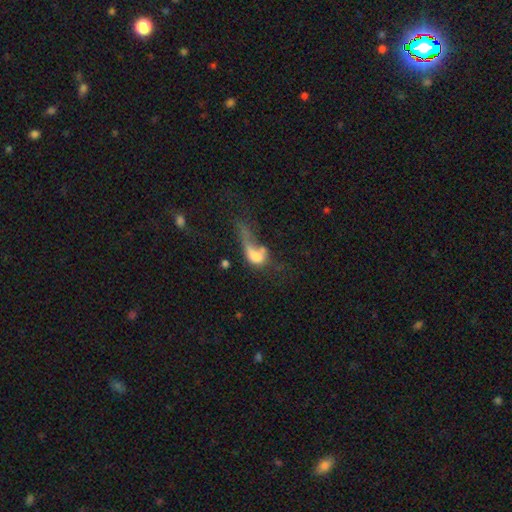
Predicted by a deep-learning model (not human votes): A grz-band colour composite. It shows a smooth galaxy with no disk features (57%) that is in between round and cigar-shaped (67%). Merging: major disturbance (47%).